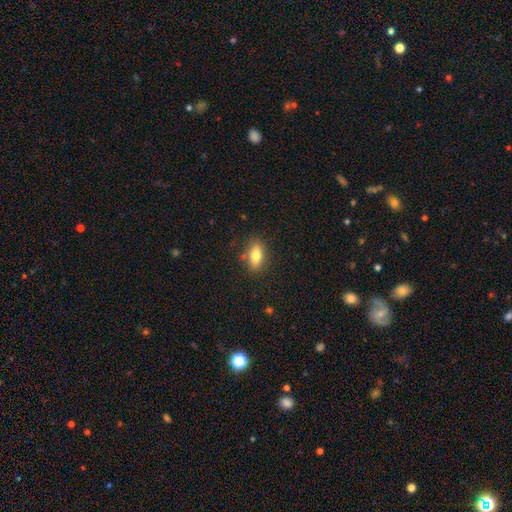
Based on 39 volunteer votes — A smooth galaxy with no disk features (77%) that is in between round and cigar-shaped (77%).

Vote fractions:
- Smooth or featured? smooth: 77% / featured or disk: 13% / star or artifact: 10%
- How rounded? in between: 77% / cigar-shaped: 23% / round: 0%
- Merging? none: 94% / minor disturbance: 3% / merger: 3% / major disturbance: 0%